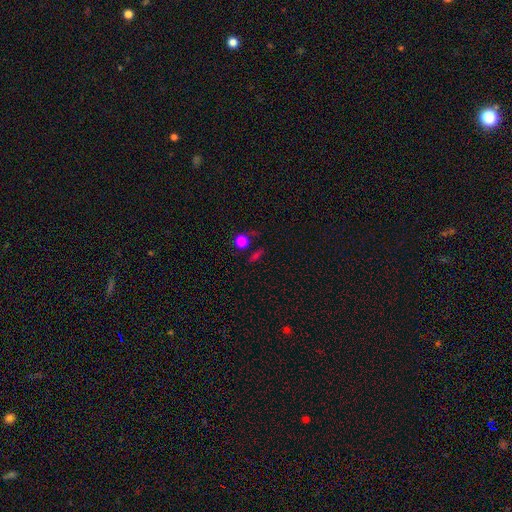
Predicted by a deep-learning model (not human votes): This is likely a smooth galaxy (69%). How rounded: likely round (67%). Merging: likely none (70%).